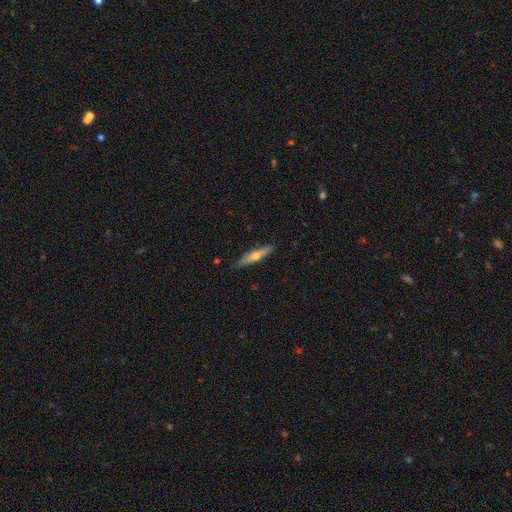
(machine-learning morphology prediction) The model was most divided on "smooth or featured": smooth: 48%, featured or disk: 46%, star or artifact: 6%. More confident: merging — none (88%).